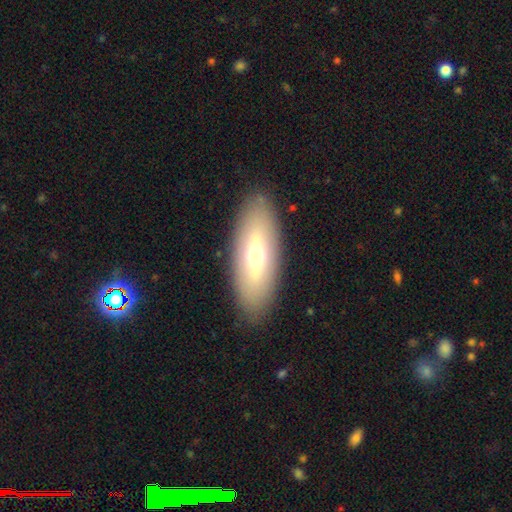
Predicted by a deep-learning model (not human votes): smooth-or-featured: smooth: 58% | featured or disk: 35% | star or artifact: 7%
  how-rounded: in between: 72% | cigar-shaped: 25% | round: 2%
  merging: none: 88% | minor disturbance: 8% | major disturbance: 2% | merger: 1%